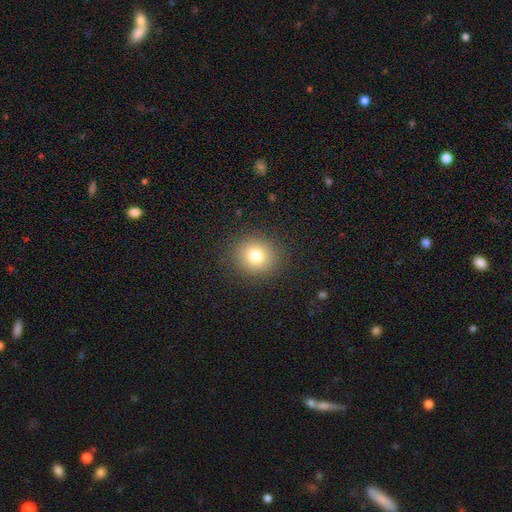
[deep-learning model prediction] smooth-or-featured: smooth: 79% | star or artifact: 13% | featured or disk: 9%
  how-rounded: round: 82% | in between: 17% | cigar-shaped: 1%
  merging: none: 89% | minor disturbance: 7% | major disturbance: 3% | merger: 1%